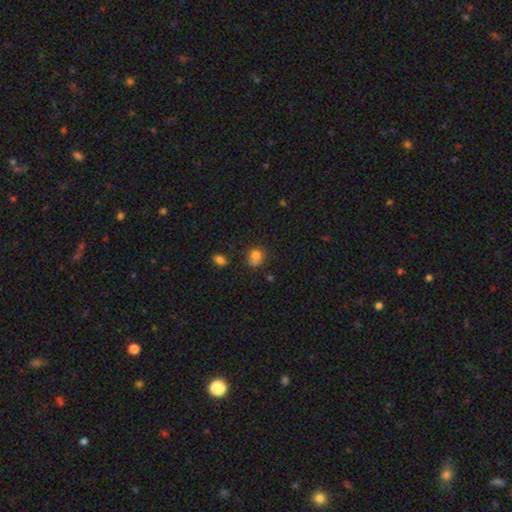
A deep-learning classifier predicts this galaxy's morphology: smooth_or_featured: smooth (p=0.80) [alt: star or artifact p=0.12]
how_rounded: round (p=0.63) [alt: in between p=0.36]
merging: none (p=0.56) [alt: minor disturbance p=0.27]